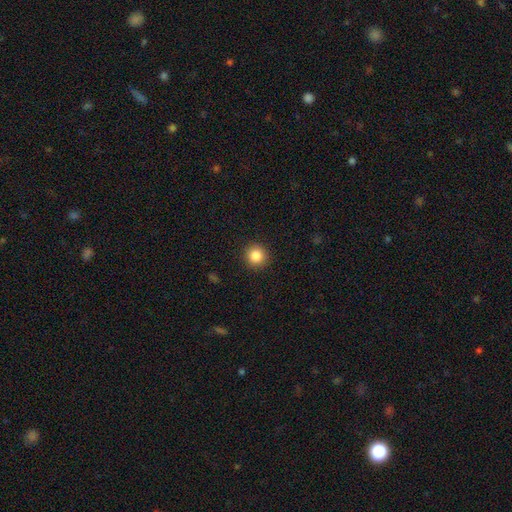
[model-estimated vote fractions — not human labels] smooth-or-featured: smooth: 86% | star or artifact: 10% | featured or disk: 4%
  how-rounded: round: 95% | in between: 4% | cigar-shaped: 1%
  merging: none: 92% | minor disturbance: 5% | major disturbance: 2% | merger: 1%